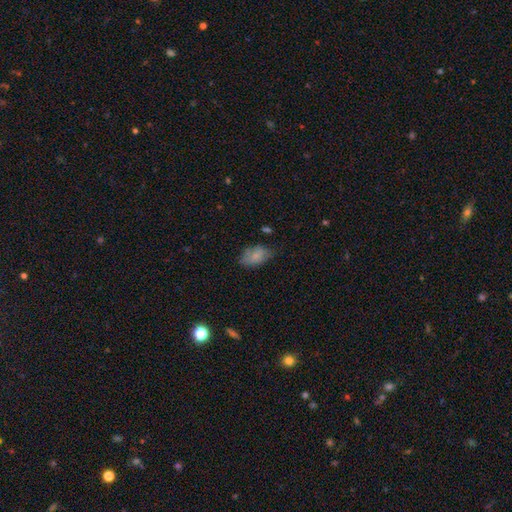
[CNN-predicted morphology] Smooth or featured?
  - smooth: 78% *
  - featured or disk: 14%
  - star or artifact: 8%
How rounded?
  - in between: 91% *
  - round: 7%
  - cigar-shaped: 2%
Merging?
  - none: 59% *
  - minor disturbance: 30%
  - major disturbance: 8%
  - merger: 2%